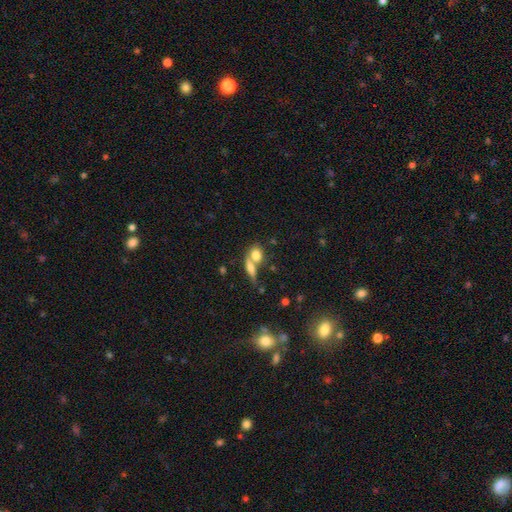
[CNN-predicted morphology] Smooth or featured? smooth (74%)
How rounded? in between (51%)
Merging? merger (47%)